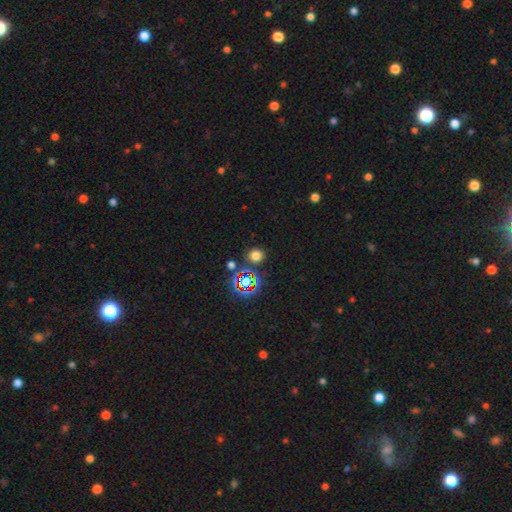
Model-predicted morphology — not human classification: A smooth galaxy with no disk features (67%) that is round (83%).

Vote fractions:
- Smooth or featured? smooth: 67% / star or artifact: 26% / featured or disk: 6%
- How rounded? round: 83% / in between: 16% / cigar-shaped: 1%
- Merging? none: 82% / minor disturbance: 8% / merger: 7% / major disturbance: 3%